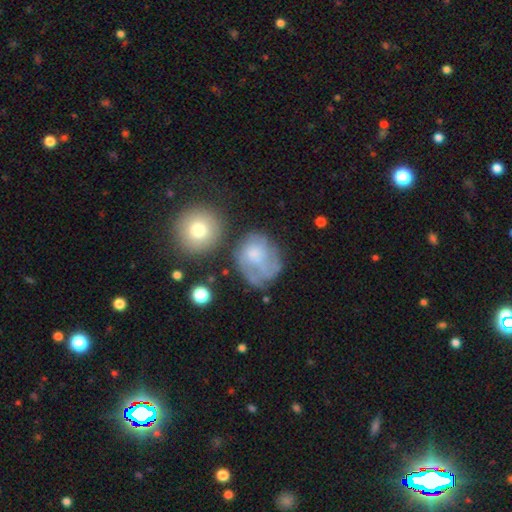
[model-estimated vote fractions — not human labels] Smooth or featured: smooth — 47% (featured or disk — 44%)
Merging: none — 41% (major disturbance — 26%)